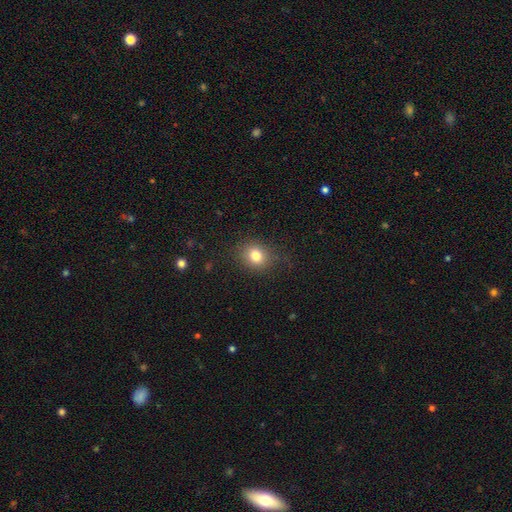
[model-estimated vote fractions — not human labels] This is likely a smooth galaxy (80%). How rounded: likely round (65%). Merging: clearly none (82%).